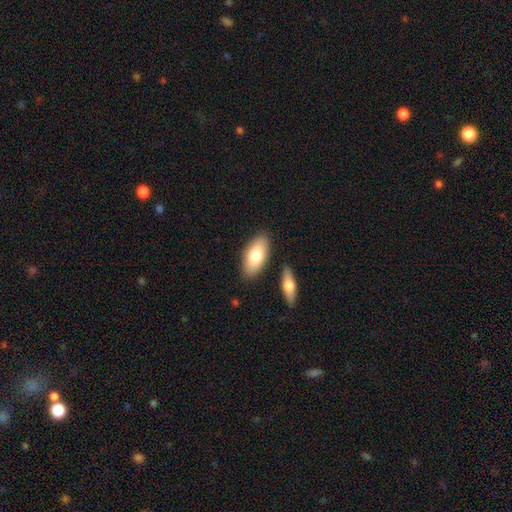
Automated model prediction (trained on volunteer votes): This is likely a smooth galaxy (75%). How rounded: clearly in between (90%). Merging: clearly none (83%).